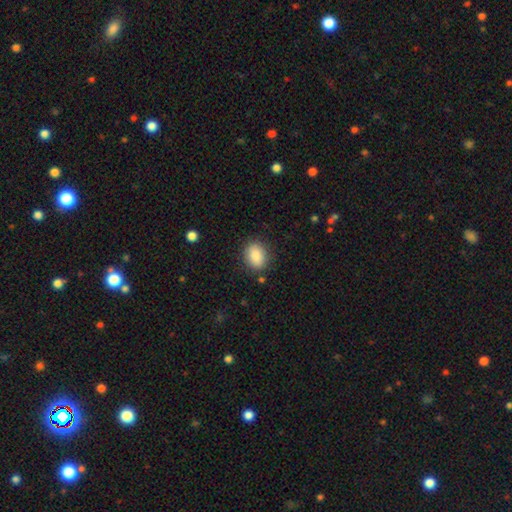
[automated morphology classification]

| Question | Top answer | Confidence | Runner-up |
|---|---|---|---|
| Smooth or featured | smooth | 88% | star or artifact (7%) |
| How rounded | in between | 72% | round (26%) |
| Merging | none | 85% | minor disturbance (10%) |